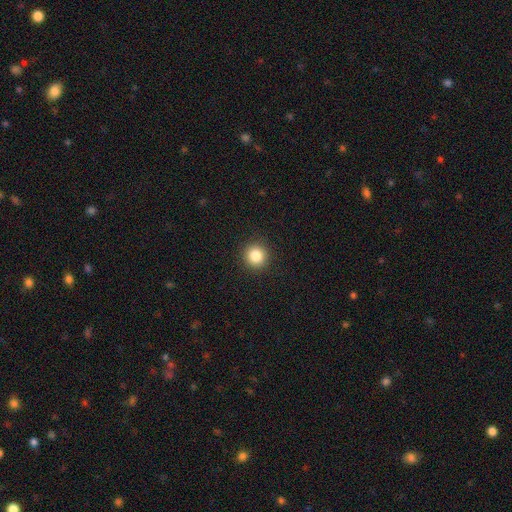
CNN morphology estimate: Q: Smooth or featured?
A: smooth (84%); runner-up: star or artifact (11%)
Q: How rounded?
A: round (94%); runner-up: in between (5%)
Q: Merging?
A: none (92%); runner-up: minor disturbance (5%)